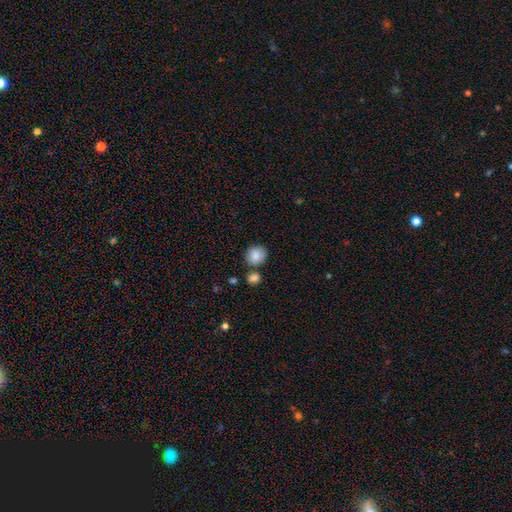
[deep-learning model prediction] Morphology: type=smooth (86%); roundness=round (82%); merging=none (74%).